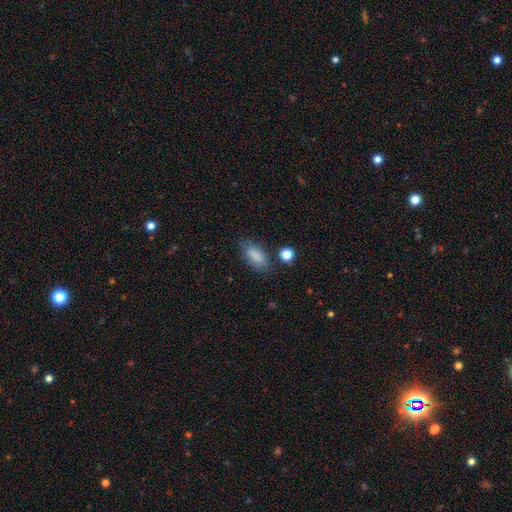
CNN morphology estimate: Smooth or featured?
  - smooth: 84% *
  - star or artifact: 9%
  - featured or disk: 7%
How rounded?
  - in between: 87% *
  - cigar-shaped: 7%
  - round: 6%
Merging?
  - none: 68% *
  - minor disturbance: 21%
  - major disturbance: 7%
  - merger: 4%